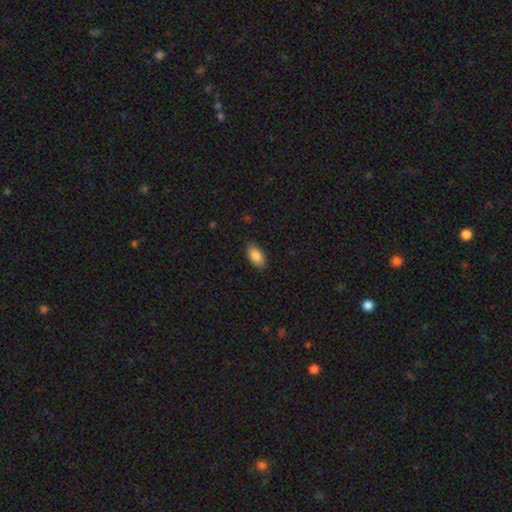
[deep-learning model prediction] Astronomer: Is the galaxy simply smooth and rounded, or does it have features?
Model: smooth — 87%.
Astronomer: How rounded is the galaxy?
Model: in between — 92%.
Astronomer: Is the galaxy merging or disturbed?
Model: none — 86%.